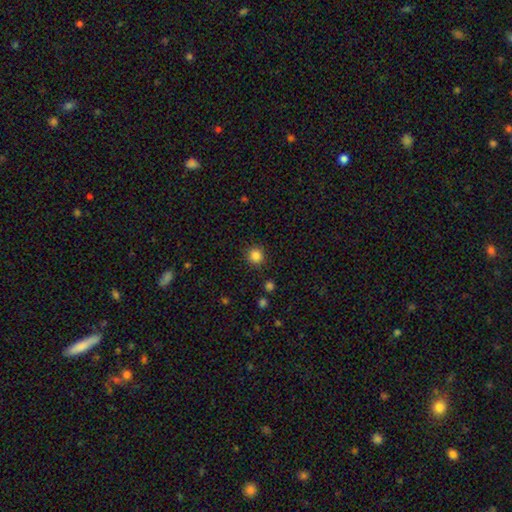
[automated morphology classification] This is clearly a smooth galaxy (85%). How rounded: clearly round (93%). Merging: clearly none (89%).